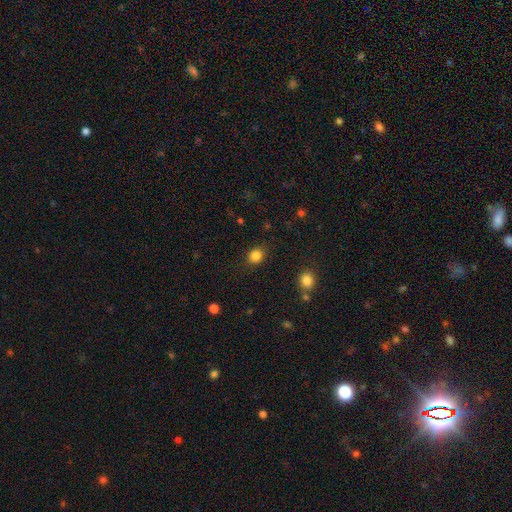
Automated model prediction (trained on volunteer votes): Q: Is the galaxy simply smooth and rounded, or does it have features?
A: smooth — 85%.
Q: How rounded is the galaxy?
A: round — 70%.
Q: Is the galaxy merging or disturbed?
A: none — 85%.